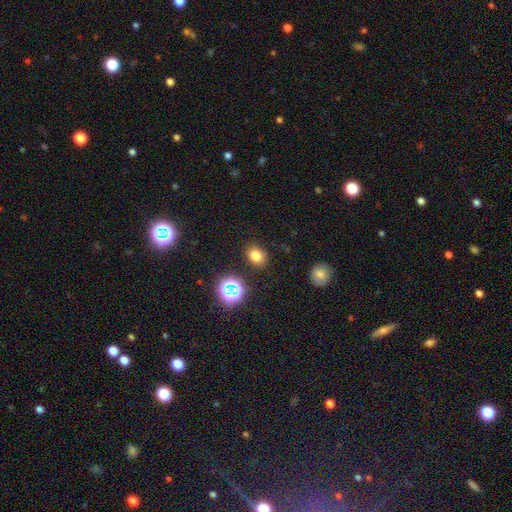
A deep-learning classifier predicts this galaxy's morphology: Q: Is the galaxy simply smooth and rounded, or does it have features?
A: smooth — 75%.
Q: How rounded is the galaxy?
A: in between — 54%.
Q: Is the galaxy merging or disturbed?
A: none — 85%.